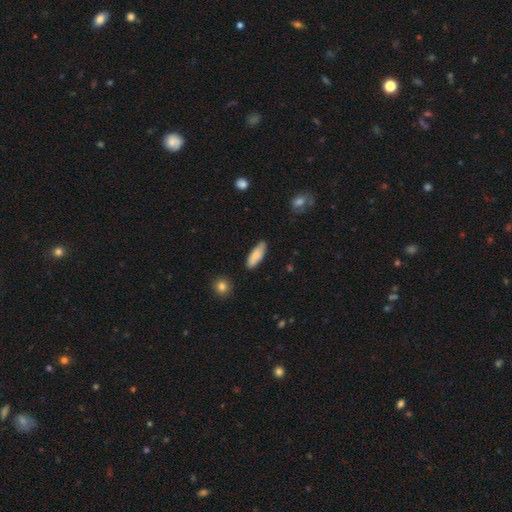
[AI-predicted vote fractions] This is clearly a smooth galaxy (83%). How rounded: likely in between (65%). Merging: clearly none (81%).